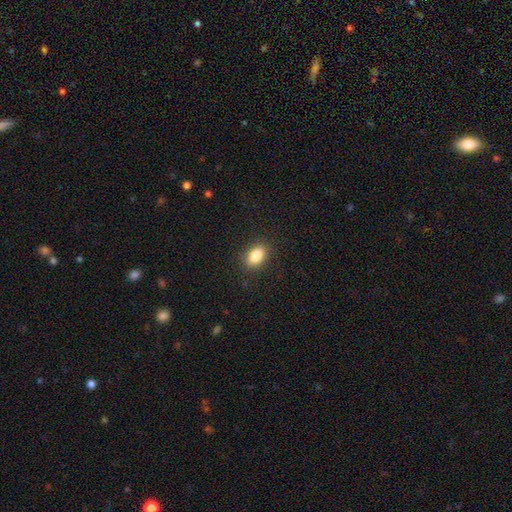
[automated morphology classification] smooth_or_featured: smooth (p=0.85) [alt: star or artifact p=0.09]
how_rounded: in between (p=0.85) [alt: round p=0.13]
merging: none (p=0.88) [alt: minor disturbance p=0.09]